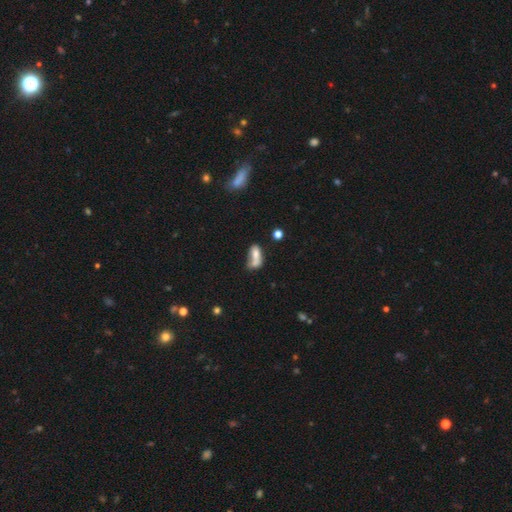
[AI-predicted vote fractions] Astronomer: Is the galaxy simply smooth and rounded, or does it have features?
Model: smooth — 66%.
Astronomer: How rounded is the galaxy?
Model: in between — 77%.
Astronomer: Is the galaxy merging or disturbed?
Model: merger — 57%.